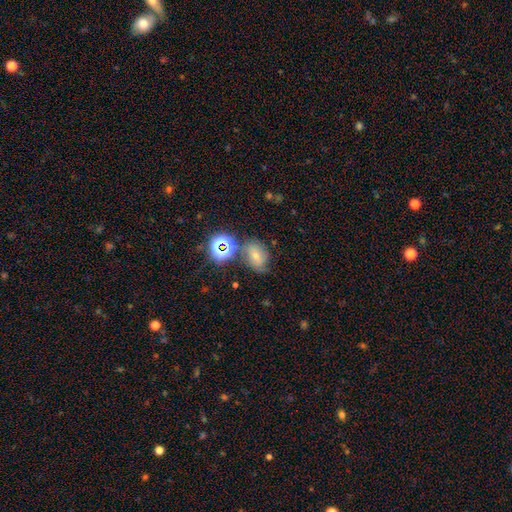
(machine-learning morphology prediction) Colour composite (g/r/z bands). It shows a smooth galaxy with no disk features (56%) that is in between round and cigar-shaped (64%). Merging: none (57%).